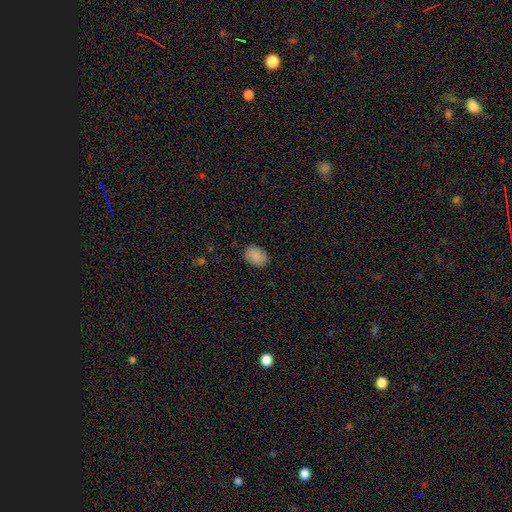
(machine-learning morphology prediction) Smooth or featured? Predicted: smooth (p=0.88). How rounded? Predicted: in between (p=0.78). Merging? Predicted: none (p=0.87).